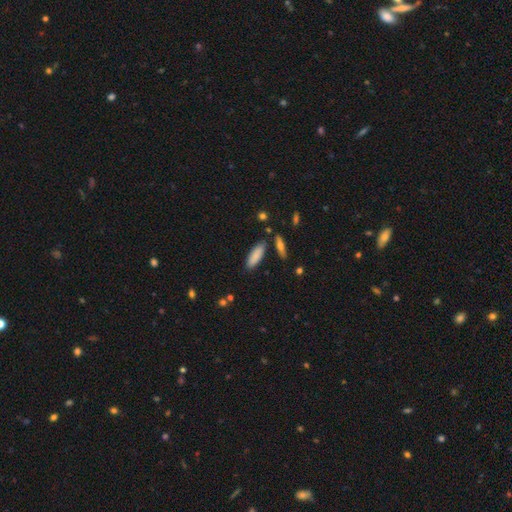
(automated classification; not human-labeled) smooth-or-featured: smooth: 85% | featured or disk: 8% | star or artifact: 7%
  how-rounded: in between: 54% | cigar-shaped: 44% | round: 2%
  merging: none: 82% | minor disturbance: 11% | merger: 4% | major disturbance: 2%